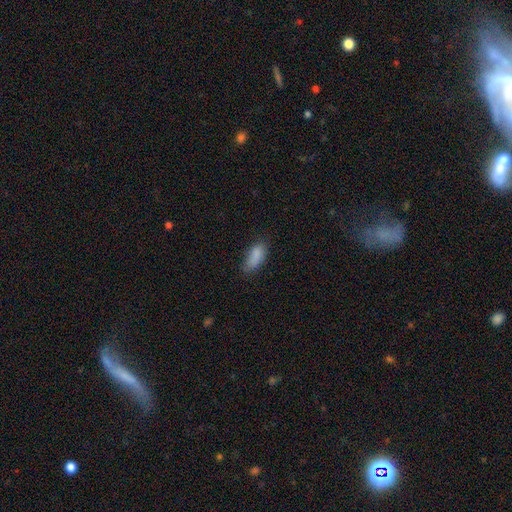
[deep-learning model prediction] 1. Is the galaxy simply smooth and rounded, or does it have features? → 85% smooth, 9% star or artifact, 7% featured or disk.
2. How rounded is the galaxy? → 85% in between, 12% cigar-shaped, 3% round.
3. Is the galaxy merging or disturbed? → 59% none, 29% minor disturbance, 9% major disturbance, 2% merger.